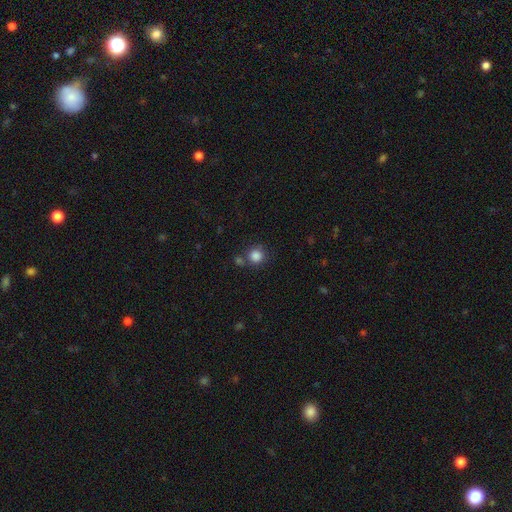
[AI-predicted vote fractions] Morphology: type=smooth (85%); roundness=round (92%); merging=none (73%).